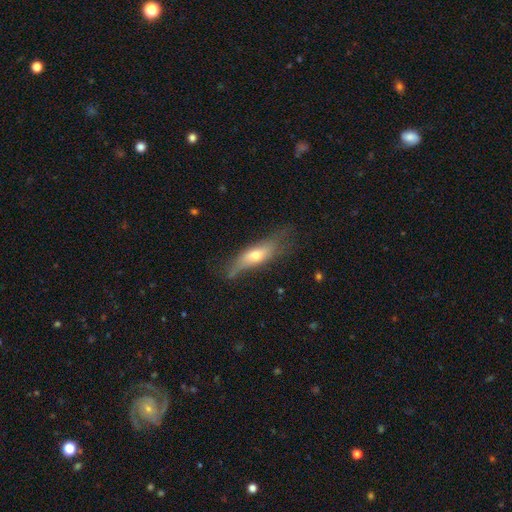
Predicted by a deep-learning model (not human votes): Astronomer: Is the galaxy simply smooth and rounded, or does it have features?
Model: smooth — 50% (runner-up: featured or disk, 43%).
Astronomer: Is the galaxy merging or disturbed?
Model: none — 52% (runner-up: minor disturbance, 29%).